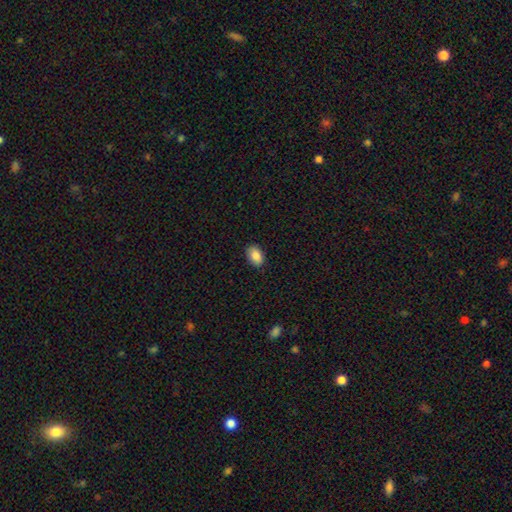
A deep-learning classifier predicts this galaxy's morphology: A smooth galaxy with no disk features (88%) that is in between round and cigar-shaped (87%). Merging: none (88%).